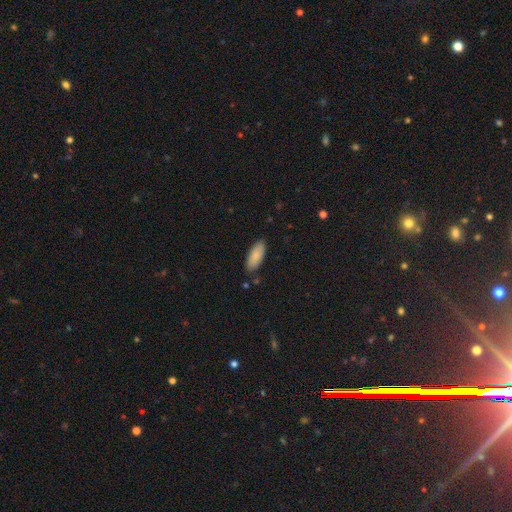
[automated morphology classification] Smooth or featured?
  - smooth: 86% *
  - featured or disk: 8%
  - star or artifact: 6%
How rounded?
  - in between: 82% *
  - cigar-shaped: 16%
  - round: 2%
Merging?
  - none: 83% *
  - minor disturbance: 12%
  - major disturbance: 2%
  - merger: 2%